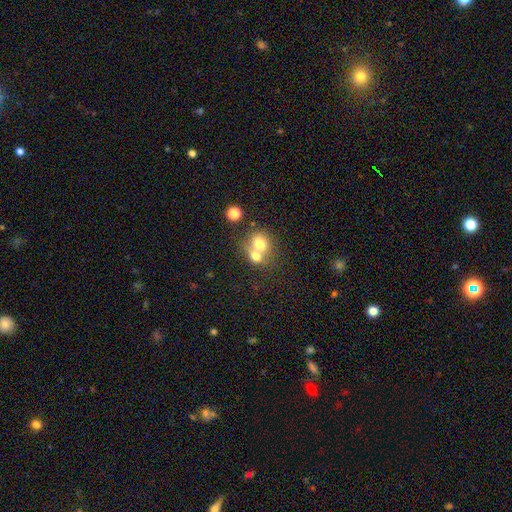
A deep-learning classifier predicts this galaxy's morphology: The model was most divided on "how rounded": round: 63%, in between: 36%, cigar-shaped: 1%. More confident: smooth or featured — smooth (71%); merging — merger (66%).